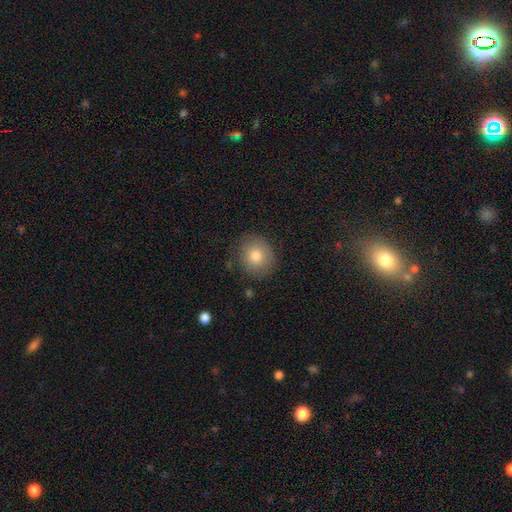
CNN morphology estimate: Smooth or featured? smooth (79%)
How rounded? round (80%)
Merging? none (84%)